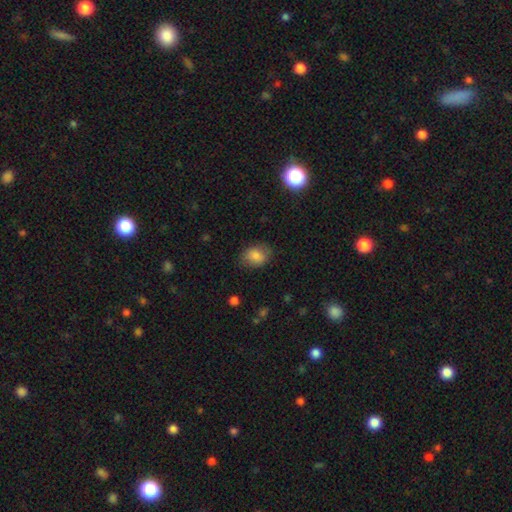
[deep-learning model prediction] smooth_or_featured: smooth (p=0.83) [alt: featured or disk p=0.09]
how_rounded: in between (p=0.67) [alt: round p=0.32]
merging: none (p=0.75) [alt: minor disturbance p=0.18]